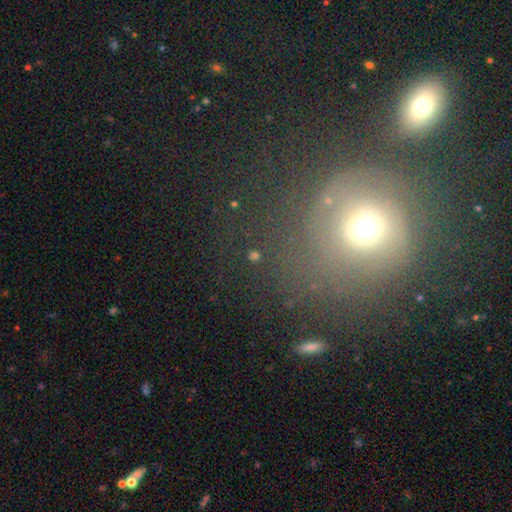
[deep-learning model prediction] A star or artifact, not a galaxy (42%).